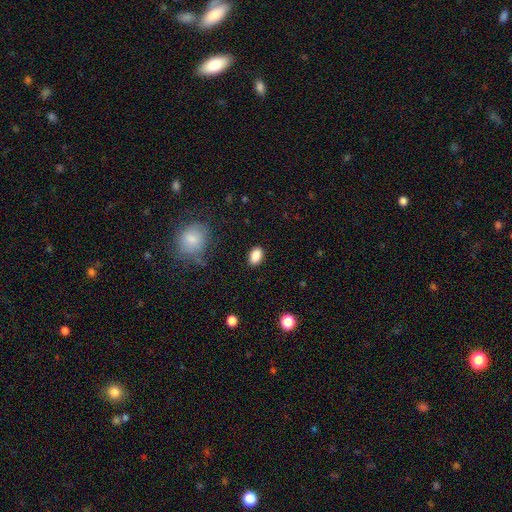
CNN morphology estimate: This is clearly a smooth galaxy (88%). How rounded: clearly in between (86%). Merging: clearly none (87%).